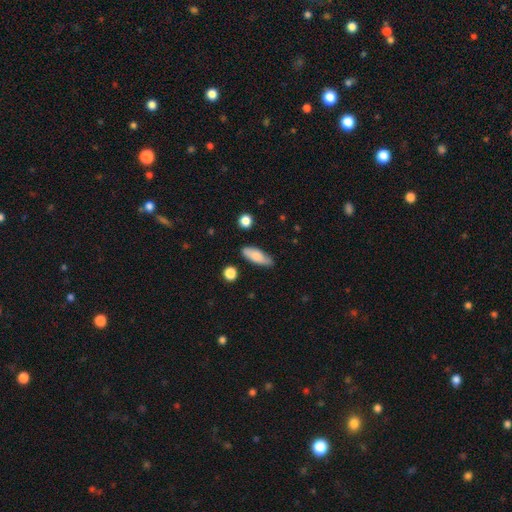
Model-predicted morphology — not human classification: A smooth galaxy with no disk features (77%) that is in between round and cigar-shaped (64%).

Vote fractions:
- Smooth or featured? smooth: 77% / featured or disk: 17% / star or artifact: 7%
- How rounded? in between: 64% / cigar-shaped: 33% / round: 3%
- Merging? none: 78% / minor disturbance: 16% / major disturbance: 3% / merger: 3%